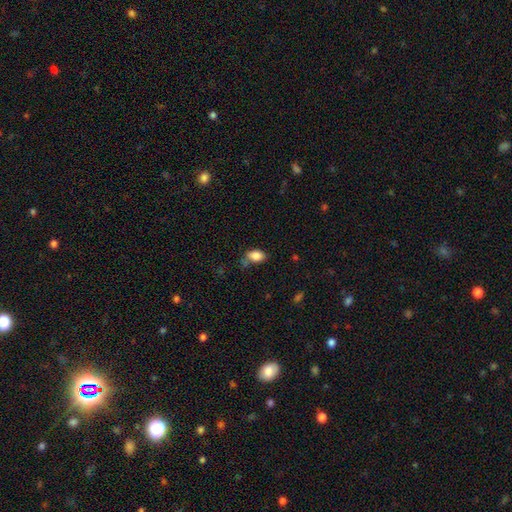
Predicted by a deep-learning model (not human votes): Smooth or featured? Predicted: smooth (p=0.85). How rounded? Predicted: in between (p=0.88). Merging? Predicted: none (p=0.59).